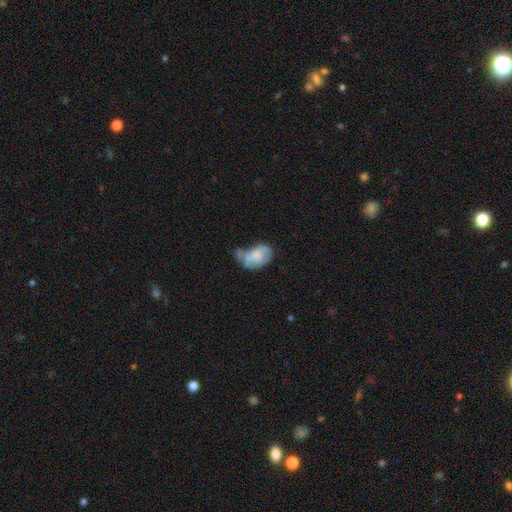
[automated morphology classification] smooth 54%, featured or disk 38%, star or artifact 8%. Down the decision tree: how rounded — in between (87%); merging — minor disturbance (36%).